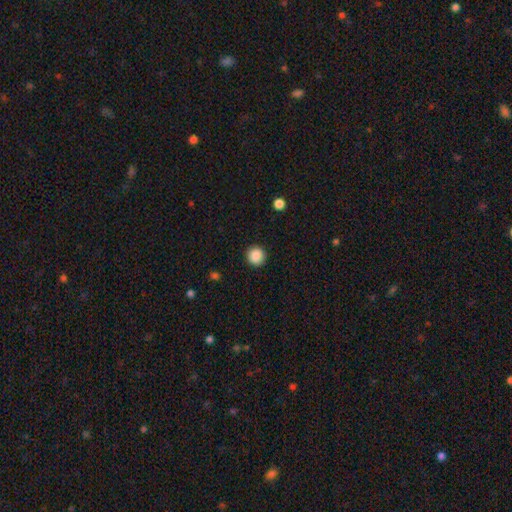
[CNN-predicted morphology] Smooth or featured? Predicted: smooth (p=0.88). How rounded? Predicted: round (p=0.94). Merging? Predicted: none (p=0.92).